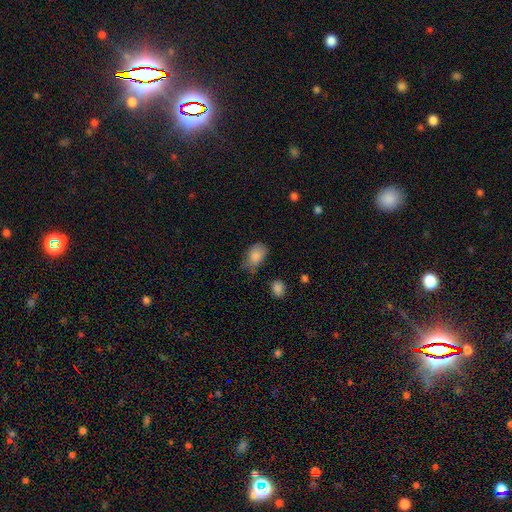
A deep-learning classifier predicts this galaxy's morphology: smooth-or-featured: smooth: 85% | featured or disk: 8% | star or artifact: 8%
  how-rounded: in between: 87% | round: 11% | cigar-shaped: 1%
  merging: none: 50% | minor disturbance: 37% | major disturbance: 10% | merger: 3%